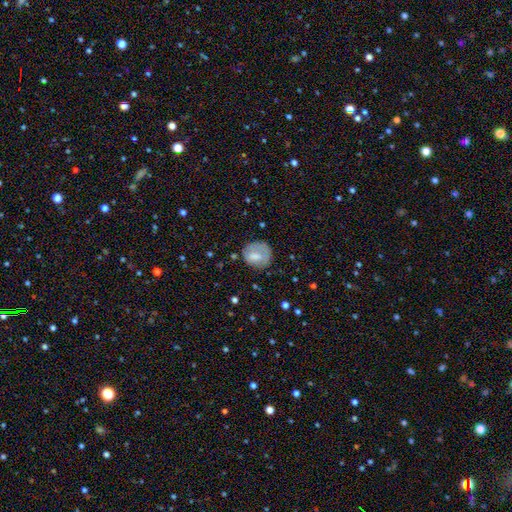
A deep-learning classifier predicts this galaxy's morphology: A smooth galaxy with no disk features (71%) that is round (82%). Merging: none (66%).